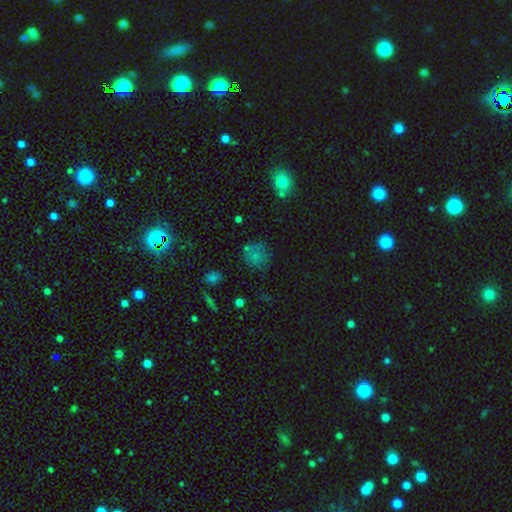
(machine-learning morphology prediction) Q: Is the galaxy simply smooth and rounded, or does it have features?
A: smooth — 67%.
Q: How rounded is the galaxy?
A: round — 84%.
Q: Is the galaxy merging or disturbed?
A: none — 64%.